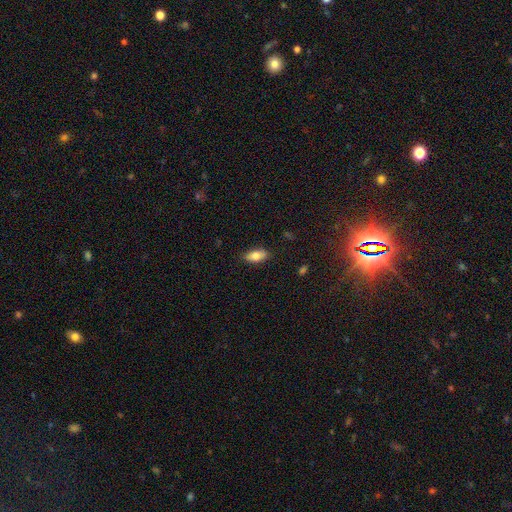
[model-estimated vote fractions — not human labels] smooth-or-featured: smooth: 80% | featured or disk: 12% | star or artifact: 7%
  how-rounded: in between: 88% | cigar-shaped: 9% | round: 3%
  merging: none: 84% | minor disturbance: 13% | major disturbance: 2% | merger: 1%